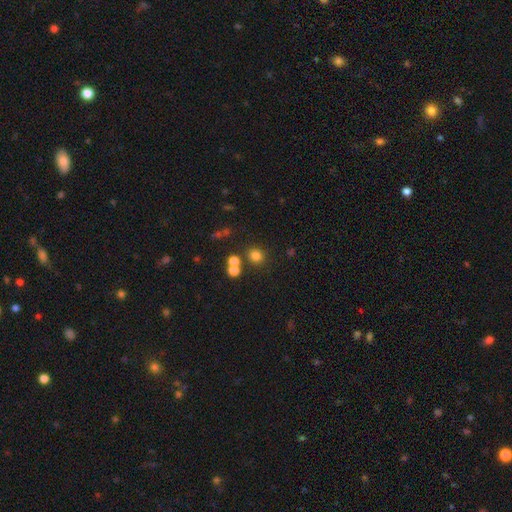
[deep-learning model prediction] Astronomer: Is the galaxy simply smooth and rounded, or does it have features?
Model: smooth — 76%.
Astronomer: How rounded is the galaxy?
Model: round — 88%.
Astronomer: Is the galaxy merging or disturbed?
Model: none — 76%.